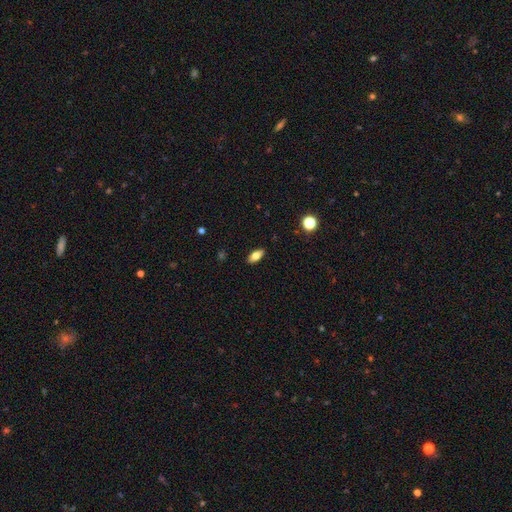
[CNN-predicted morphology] The model was most divided on "smooth or featured": smooth: 75%, featured or disk: 17%, star or artifact: 8%. More confident: merging — none (89%); how rounded — in between (85%).